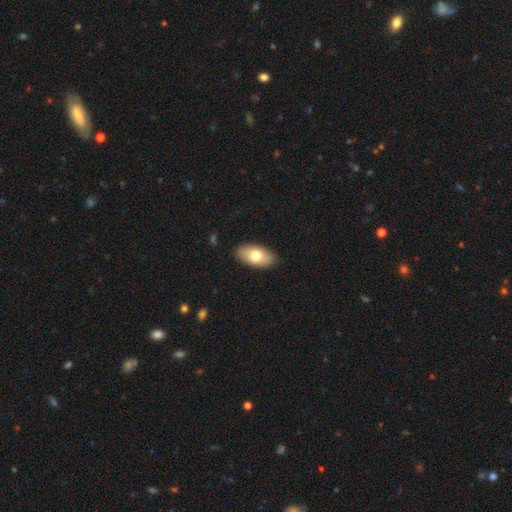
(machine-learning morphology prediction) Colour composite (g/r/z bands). It shows a smooth galaxy with no disk features (74%) that is in between round and cigar-shaped (93%). Merging: none (89%).